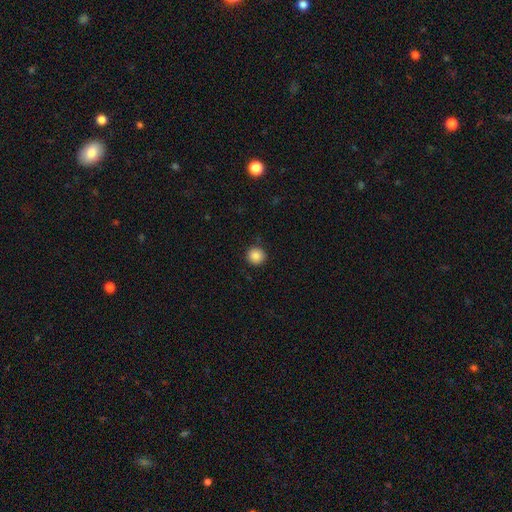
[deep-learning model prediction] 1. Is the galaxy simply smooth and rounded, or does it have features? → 86% smooth, 10% star or artifact, 4% featured or disk.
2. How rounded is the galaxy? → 94% round, 5% in between, 1% cigar-shaped.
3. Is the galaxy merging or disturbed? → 90% none, 7% minor disturbance, 2% major disturbance, 1% merger.